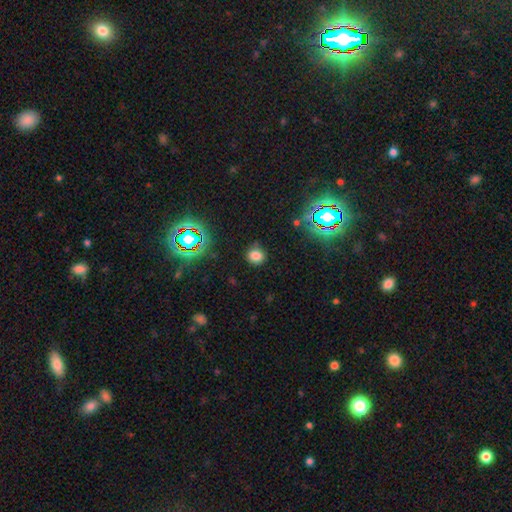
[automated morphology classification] type=smooth (76%); roundness=round (81%); merging=none (84%).